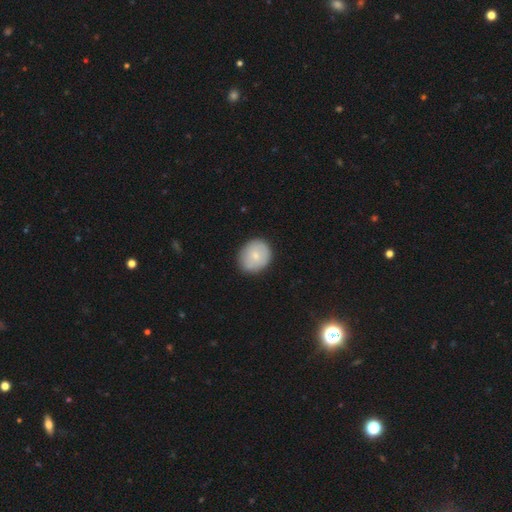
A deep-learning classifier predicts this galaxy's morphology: Smooth or featured: smooth — 74% (featured or disk — 19%)
How rounded: round — 68% (in between — 31%)
Merging: none — 83% (minor disturbance — 13%)